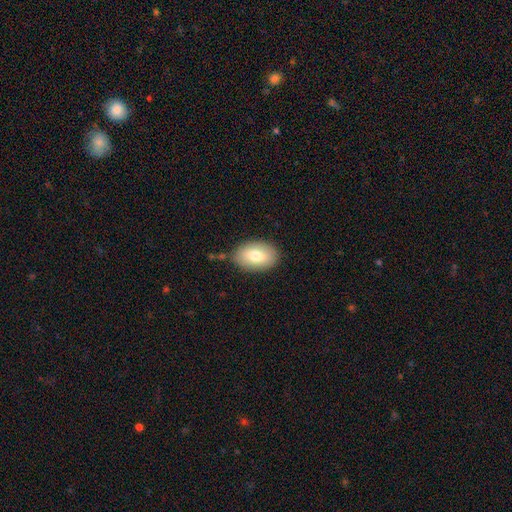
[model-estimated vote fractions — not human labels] A smooth galaxy with no disk features (77%) that is in between round and cigar-shaped (89%). Merging: none (83%).